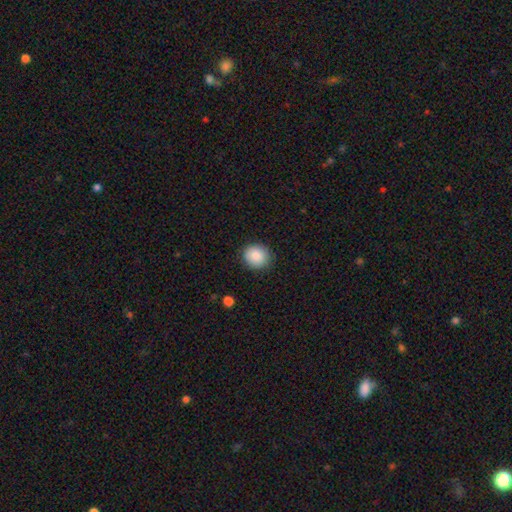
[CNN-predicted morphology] smooth-or-featured: smooth: 87% | star or artifact: 7% | featured or disk: 5%
  how-rounded: round: 83% | in between: 16% | cigar-shaped: 1%
  merging: none: 87% | minor disturbance: 9% | major disturbance: 2% | merger: 1%